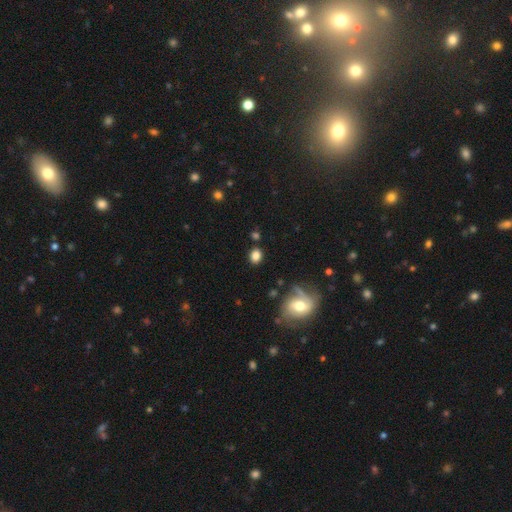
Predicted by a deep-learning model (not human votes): The model was most divided on "how rounded": in between: 50%, round: 48%, cigar-shaped: 1%. More confident: merging — none (82%); smooth or featured — smooth (81%).